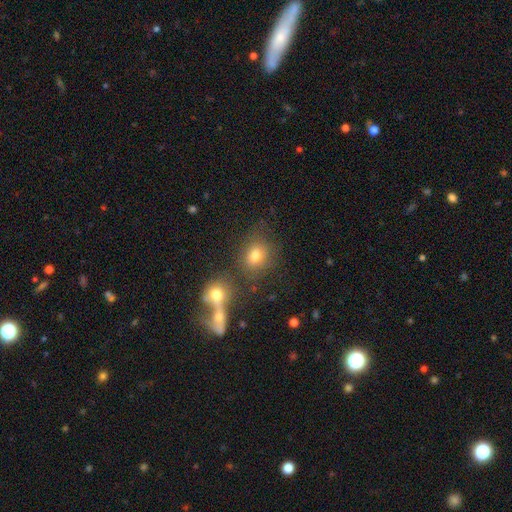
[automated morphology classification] Smooth or featured? Predicted: smooth (p=0.72). How rounded? Predicted: round (p=0.63). Merging? Predicted: none (p=0.63).